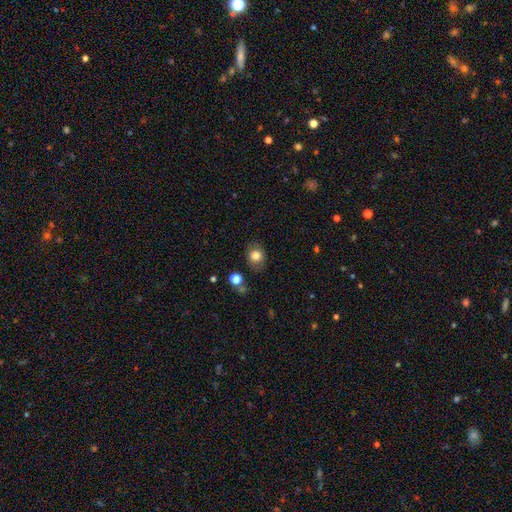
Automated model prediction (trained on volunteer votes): A smooth galaxy with no disk features (78%) that is round (50%).

Vote fractions:
- Smooth or featured? smooth: 78% / featured or disk: 12% / star or artifact: 10%
- How rounded? round: 50% / in between: 49% / cigar-shaped: 1%
- Merging? none: 82% / minor disturbance: 12% / major disturbance: 3% / merger: 2%